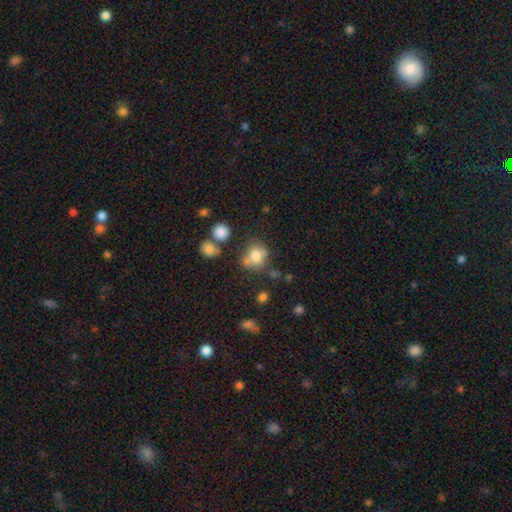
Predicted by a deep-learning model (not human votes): A smooth galaxy with no disk features (74%) that is round (71%).

Vote fractions:
- Smooth or featured? smooth: 74% / star or artifact: 13% / featured or disk: 13%
- How rounded? round: 71% / in between: 28% / cigar-shaped: 1%
- Merging? none: 55% / minor disturbance: 20% / merger: 16% / major disturbance: 8%